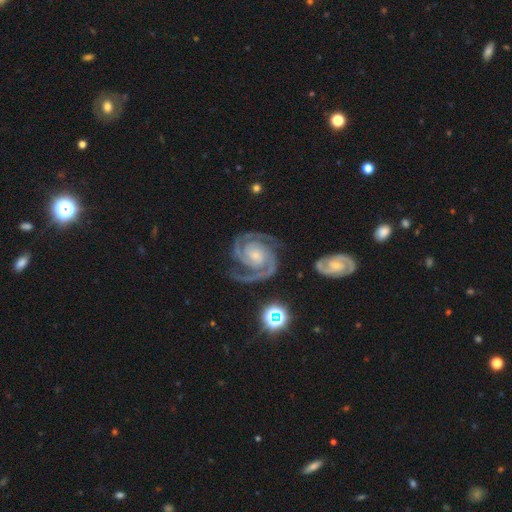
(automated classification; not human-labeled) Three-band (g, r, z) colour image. It shows a featured or disk galaxy (93%) with no bar (59%), 2 (81%) tight (64%) spiral arms (99%) and a small central bulge (53%). Merging: none (75%).